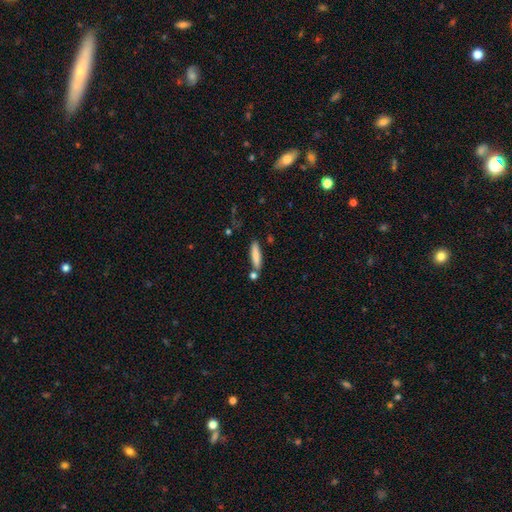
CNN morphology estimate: This is clearly a smooth galaxy (80%). How rounded: clearly cigar-shaped (81%). Merging: likely none (75%).